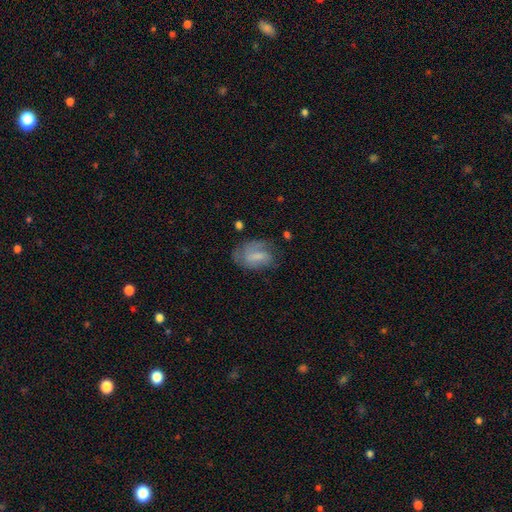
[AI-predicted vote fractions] Morphology: type=smooth (55%); roundness=in between (85%); merging=none (50%).